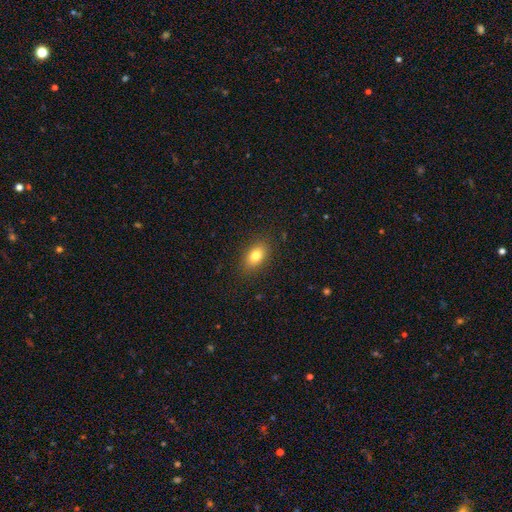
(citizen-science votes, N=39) A smooth galaxy with no disk features (92%) that is in between round and cigar-shaped (83%). Merging: none (95%).